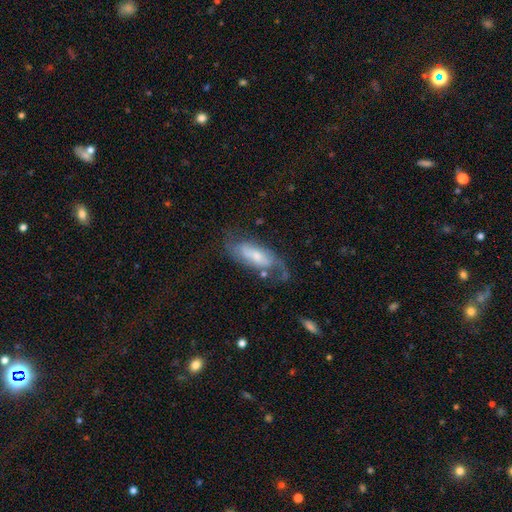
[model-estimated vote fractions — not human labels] A featured or disk galaxy (63%) with no bar (51%), spiral arms (82%) and a small central bulge (47%).

Vote fractions:
- Smooth or featured? featured or disk: 63% / smooth: 29% / star or artifact: 8%
- Edge-on disk? no: 84% / yes: 16%
- Bar? no: 51% / weak: 35% / strong: 14%
- Spiral arms? yes: 82% / no: 18%
- Bulge size? small: 47% / moderate: 38% / large: 7% / none: 6% / dominant: 2%
- Merging? none: 47% / minor disturbance: 25% / major disturbance: 24% / merger: 4%